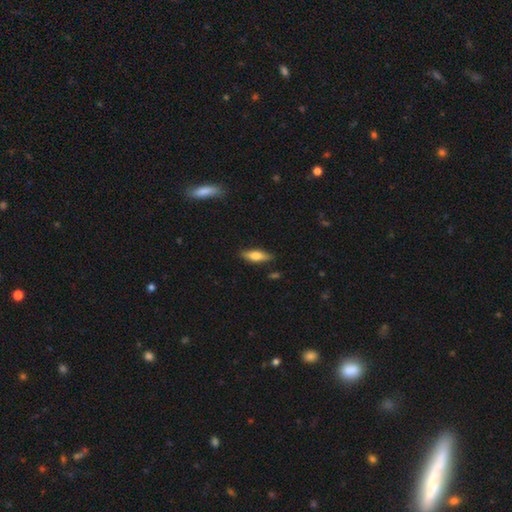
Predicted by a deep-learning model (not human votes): Smooth or featured? smooth (64%)
How rounded? in between (54%)
Merging? none (84%)